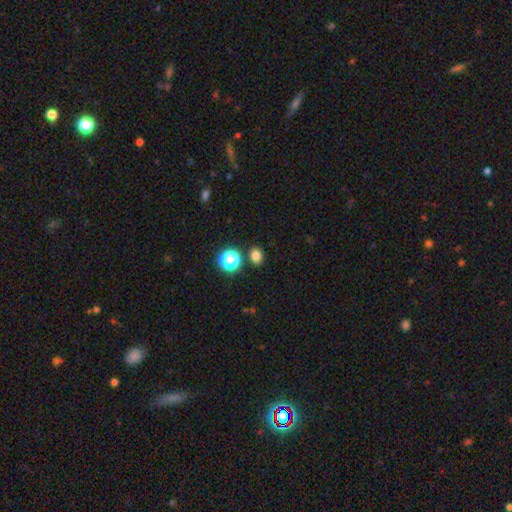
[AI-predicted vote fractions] Smooth or featured? Predicted: smooth (p=0.77). How rounded? Predicted: round (p=0.55). Merging? Predicted: none (p=0.82).